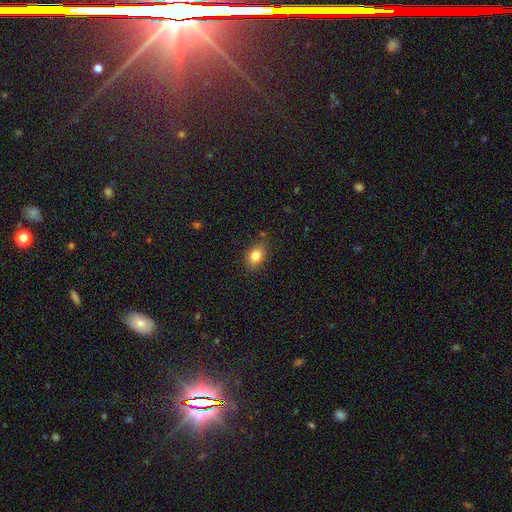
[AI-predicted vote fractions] Smooth or featured? Predicted: smooth (p=0.83). How rounded? Predicted: in between (p=0.75). Merging? Predicted: none (p=0.82).